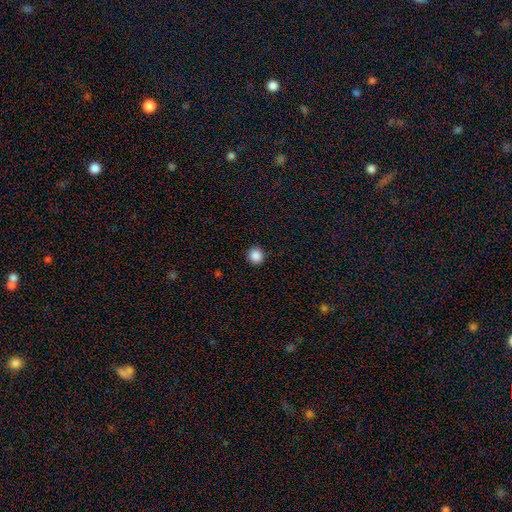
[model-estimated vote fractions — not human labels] smooth_or_featured: smooth (p=0.87) [alt: star or artifact p=0.10]
how_rounded: round (p=0.92) [alt: in between p=0.07]
merging: none (p=0.92) [alt: minor disturbance p=0.06]